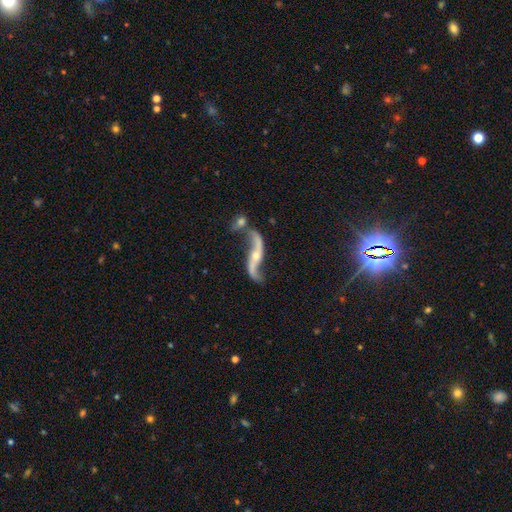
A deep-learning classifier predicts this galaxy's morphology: featured or disk 88%, smooth 7%, star or artifact 6%. Down the decision tree: edge-on disk — no (87%); bar — no (53%); spiral arms — yes (93%); spiral arm count — 2 (93%); spiral winding — loose (93%); bulge size — moderate (47%); merging — none (47%).